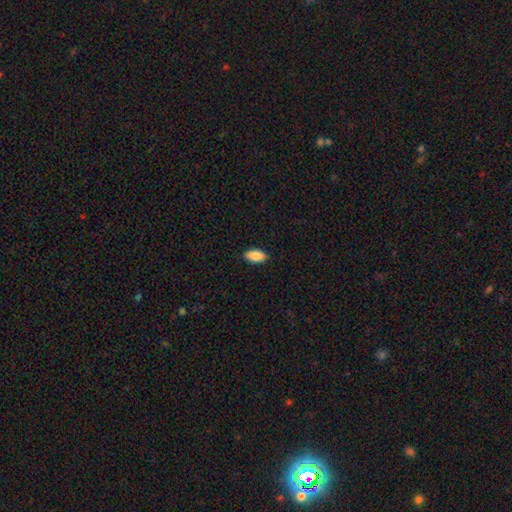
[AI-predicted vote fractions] smooth-or-featured: smooth: 89% | star or artifact: 7% | featured or disk: 5%
  how-rounded: in between: 92% | cigar-shaped: 6% | round: 2%
  merging: none: 90% | minor disturbance: 8% | major disturbance: 2% | merger: 1%